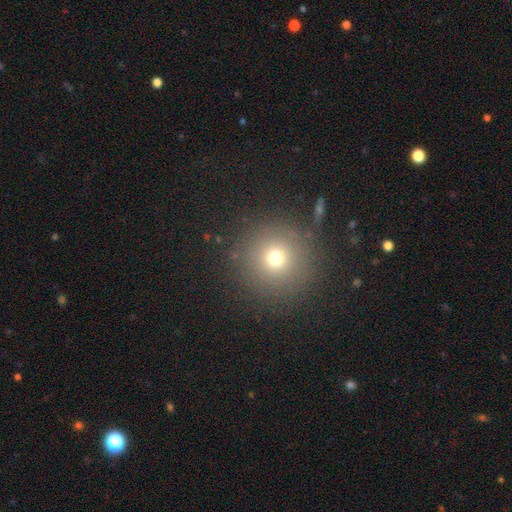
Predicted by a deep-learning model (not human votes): A smooth galaxy with no disk features (63%) that is round (96%).

Vote fractions:
- Smooth or featured? smooth: 63% / star or artifact: 29% / featured or disk: 8%
- How rounded? round: 96% / in between: 3% / cigar-shaped: 1%
- Merging? none: 90% / minor disturbance: 6% / major disturbance: 3% / merger: 2%